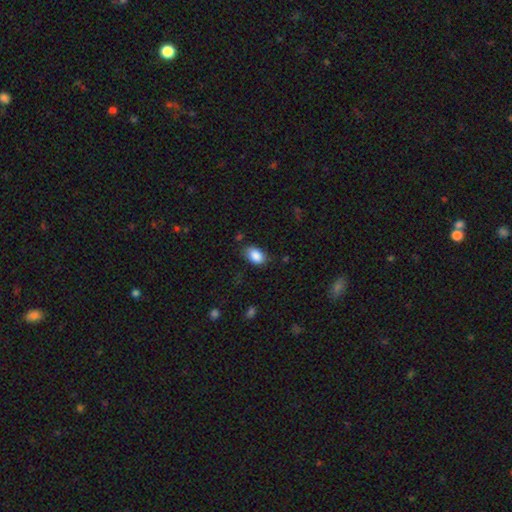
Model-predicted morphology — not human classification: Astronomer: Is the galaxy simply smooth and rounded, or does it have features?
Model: smooth — 87%.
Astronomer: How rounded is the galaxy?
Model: in between — 87%.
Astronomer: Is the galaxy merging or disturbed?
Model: none — 76%.